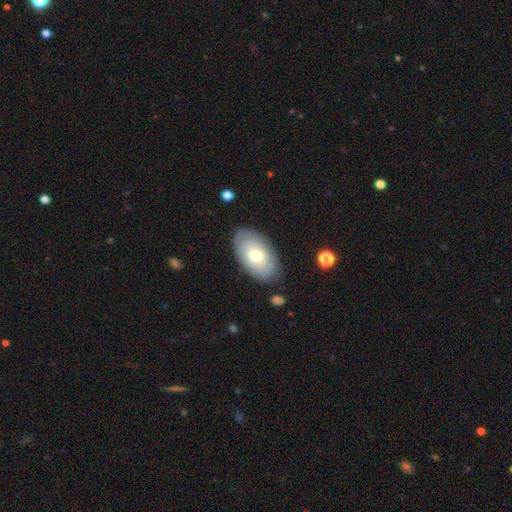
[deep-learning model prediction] smooth_or_featured: smooth (p=0.60) [alt: featured or disk p=0.34]
how_rounded: in between (p=0.92) [alt: round p=0.06]
merging: none (p=0.82) [alt: minor disturbance p=0.13]